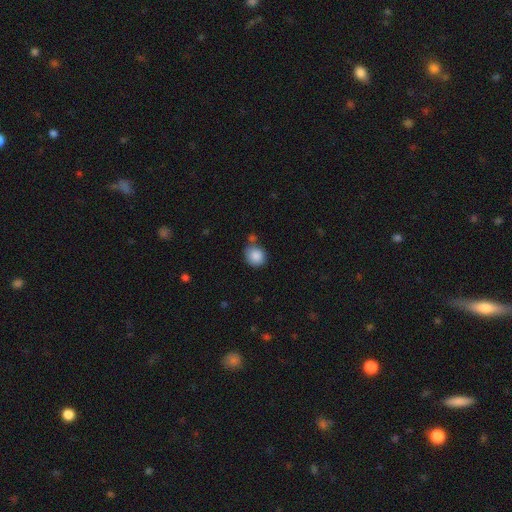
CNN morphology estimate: Smooth or featured: smooth — 87% (star or artifact — 9%)
How rounded: round — 78% (in between — 21%)
Merging: none — 67% (minor disturbance — 17%)